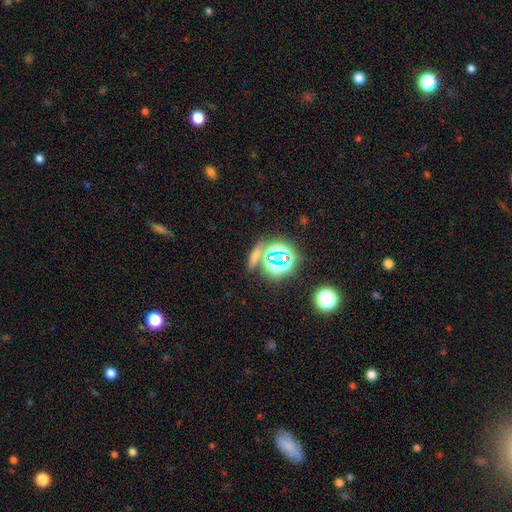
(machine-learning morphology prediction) Q: Smooth or featured?
A: star or artifact (46%); runner-up: smooth (40%)